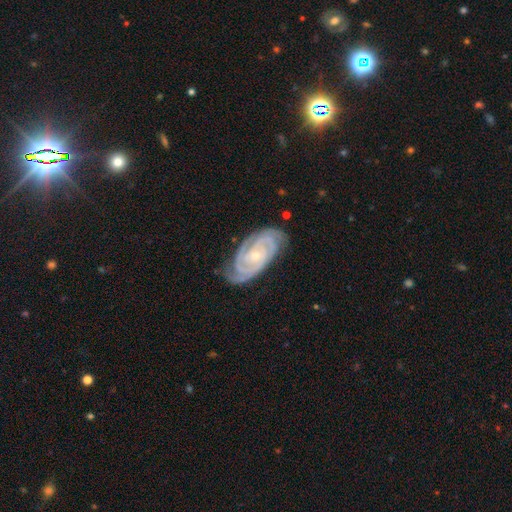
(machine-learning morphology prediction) smooth-or-featured: featured or disk: 91% | star or artifact: 5% | smooth: 4%
  disk-edge-on: no: 97% | yes: 3%
    bar: no: 64% | weak: 26% | strong: 10%
    has-spiral-arms: yes: 99% | no: 1%
      spiral-winding: tight: 80% | medium: 18% | loose: 2%
      spiral-arm-count: 2: 45% | 3: 28% | 4: 10% | can't tell: 9% | more than 4: 4% | 1: 4%
    bulge-size: small: 74% | moderate: 23% | none: 2% | large: 1% | dominant: 1%
  merging: none: 78% | minor disturbance: 17% | major disturbance: 3% | merger: 1%